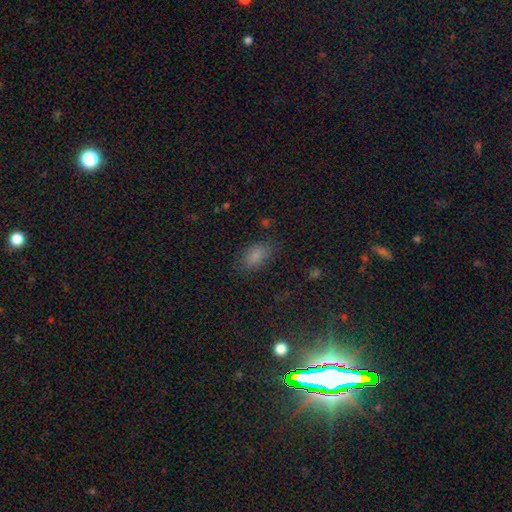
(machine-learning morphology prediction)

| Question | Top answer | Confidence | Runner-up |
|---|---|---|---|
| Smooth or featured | smooth | 78% | star or artifact (15%) |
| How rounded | in between | 89% | round (9%) |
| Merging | none | 75% | minor disturbance (17%) |